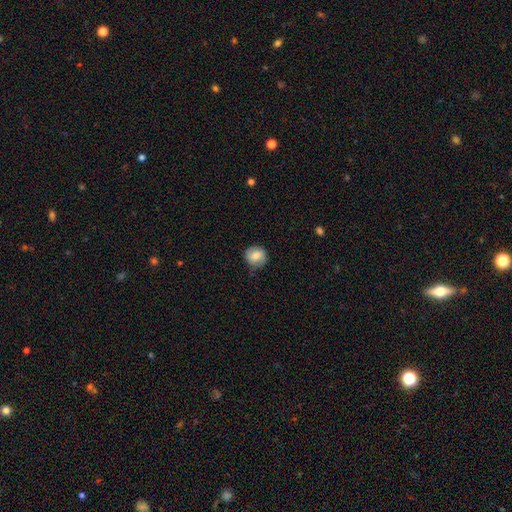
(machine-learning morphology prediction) Q: Smooth or featured?
A: smooth (77%); runner-up: featured or disk (15%)
Q: How rounded?
A: round (83%); runner-up: in between (16%)
Q: Merging?
A: none (70%); runner-up: minor disturbance (23%)